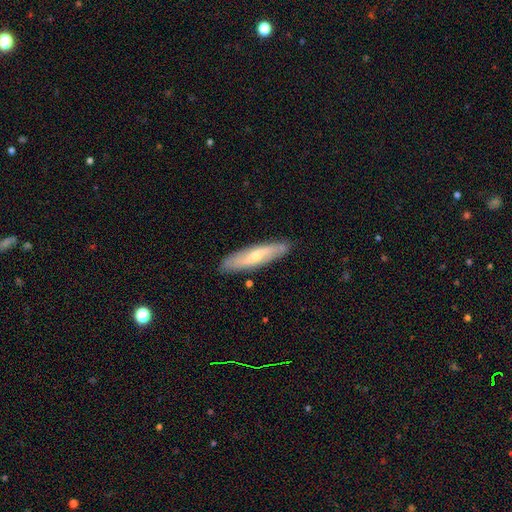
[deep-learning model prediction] Smooth or featured: featured or disk — 55% (smooth — 39%)
Edge-on disk: no — 56% (yes — 44%)
Merging: none — 87% (minor disturbance — 10%)